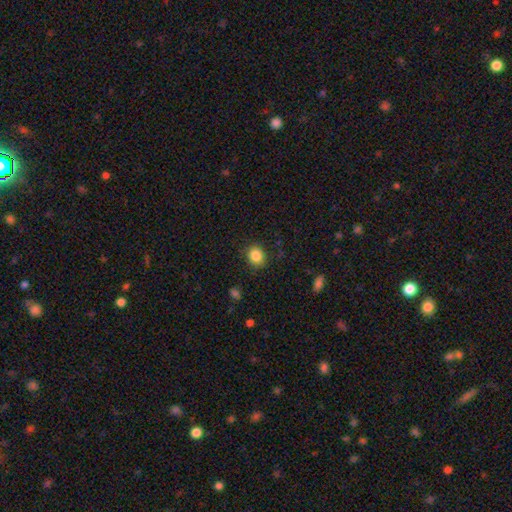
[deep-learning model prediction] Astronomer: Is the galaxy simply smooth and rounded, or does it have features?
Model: smooth — 86%.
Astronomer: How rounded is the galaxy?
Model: round — 72%.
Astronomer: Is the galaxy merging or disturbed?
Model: none — 85%.